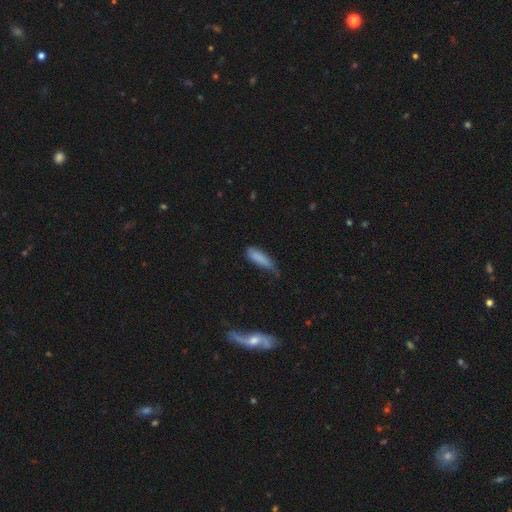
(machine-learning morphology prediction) Smooth or featured? smooth (76%)
How rounded? cigar-shaped (62%)
Merging? none (41%)